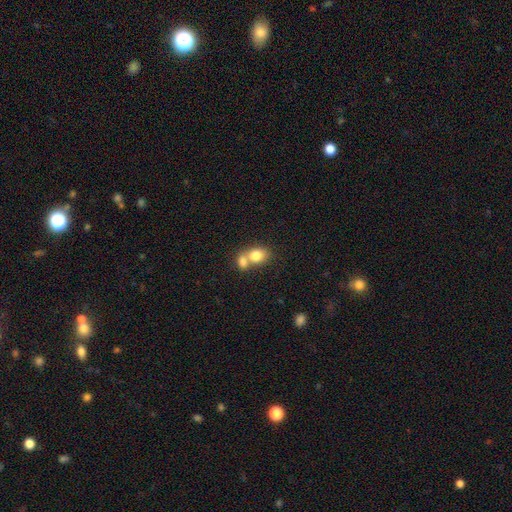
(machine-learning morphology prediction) smooth_or_featured: smooth (p=0.79) [alt: featured or disk p=0.13]
how_rounded: in between (p=0.53) [alt: round p=0.46]
merging: merger (p=0.65) [alt: none p=0.26]